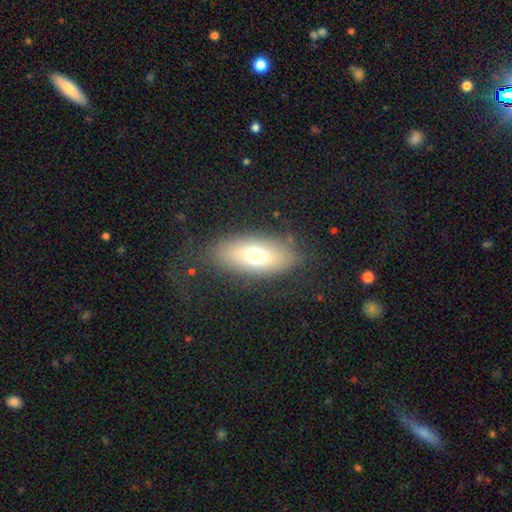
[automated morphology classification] Smooth or featured? Predicted: smooth (p=0.68). How rounded? Predicted: in between (p=0.84). Merging? Predicted: none (p=0.81).